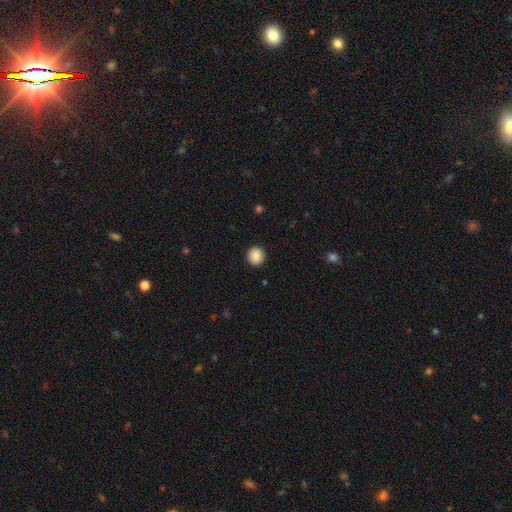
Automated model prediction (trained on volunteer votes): smooth 88%, star or artifact 8%, featured or disk 4%. Down the decision tree: how rounded — round (91%); merging — none (91%).